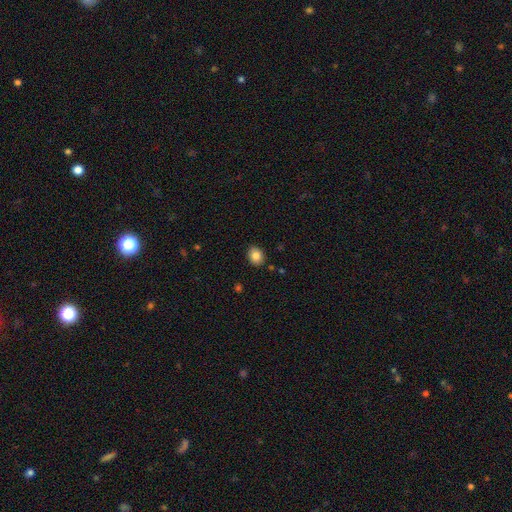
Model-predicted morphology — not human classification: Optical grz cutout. It shows a smooth galaxy with no disk features (85%) that is round (51%). Merging: none (88%).